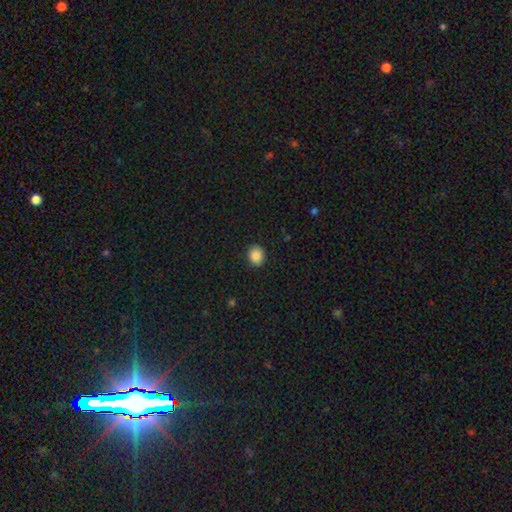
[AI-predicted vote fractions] This is clearly a smooth galaxy (87%). How rounded: likely round (65%). Merging: clearly none (90%).